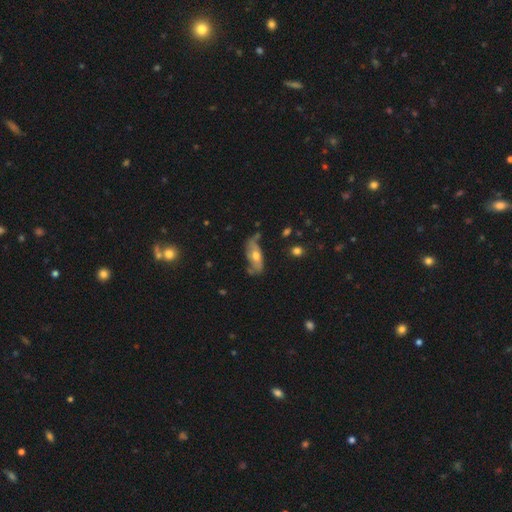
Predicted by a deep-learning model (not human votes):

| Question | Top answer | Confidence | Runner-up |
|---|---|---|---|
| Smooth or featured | featured or disk | 52% | smooth (41%) |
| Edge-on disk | no | 72% | yes (28%) |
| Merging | none | 55% | minor disturbance (29%) |